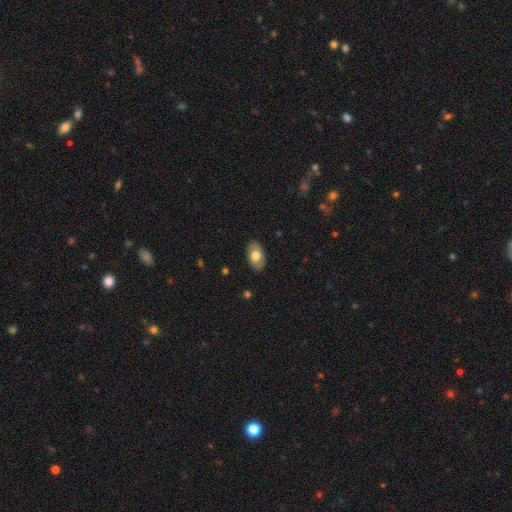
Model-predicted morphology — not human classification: Smooth or featured?
  - smooth: 72% *
  - featured or disk: 22%
  - star or artifact: 6%
How rounded?
  - in between: 93% *
  - round: 5%
  - cigar-shaped: 1%
Merging?
  - none: 88% *
  - minor disturbance: 9%
  - major disturbance: 2%
  - merger: 1%